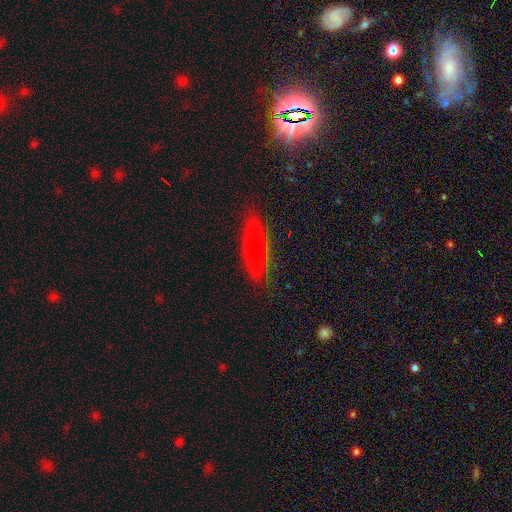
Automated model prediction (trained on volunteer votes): The model was most divided on "smooth or featured": smooth: 60%, featured or disk: 29%, star or artifact: 11%. More confident: merging — none (83%); how rounded — cigar-shaped (79%).